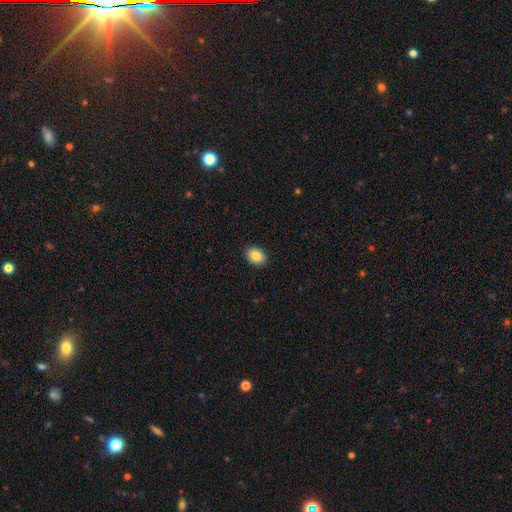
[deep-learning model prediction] A smooth galaxy with no disk features (87%) that is in between round and cigar-shaped (75%).

Vote fractions:
- Smooth or featured? smooth: 87% / star or artifact: 8% / featured or disk: 6%
- How rounded? in between: 75% / round: 24% / cigar-shaped: 1%
- Merging? none: 90% / minor disturbance: 7% / major disturbance: 2% / merger: 1%